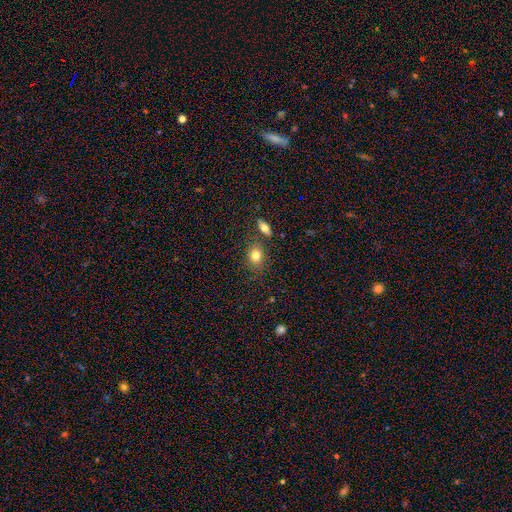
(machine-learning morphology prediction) Smooth or featured: smooth — 79% (featured or disk — 11%)
How rounded: in between — 58% (round — 40%)
Merging: none — 73% (minor disturbance — 13%)